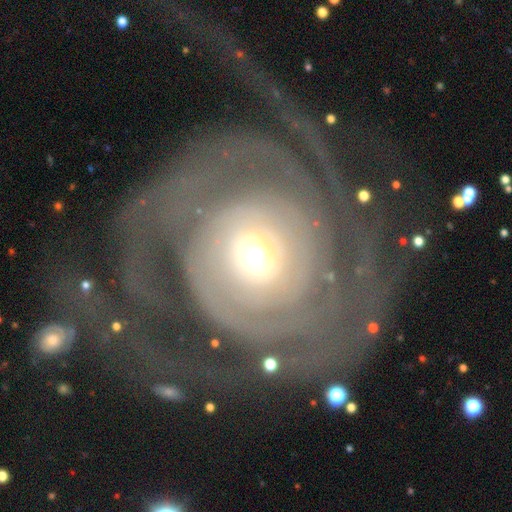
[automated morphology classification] A featured or disk galaxy (87%) with no bar (74%), 2 (38%) tight (66%) spiral arms (92%) and a moderate central bulge (49%).

Vote fractions:
- Smooth or featured? featured or disk: 87% / smooth: 8% / star or artifact: 5%
- Edge-on disk? no: 97% / yes: 3%
- Bar? no: 74% / weak: 19% / strong: 8%
- Spiral arms? yes: 92% / no: 8%
- Spiral winding? tight: 66% / medium: 22% / loose: 12%
- Spiral arm count? 2: 38% / can't tell: 23% / 3: 12% / 1: 10% / 4: 8% / more than 4: 8%
- Bulge size? moderate: 49% / small: 39% / large: 8% / dominant: 2% / none: 1%
- Merging? none: 55% / major disturbance: 29% / minor disturbance: 13% / merger: 3%